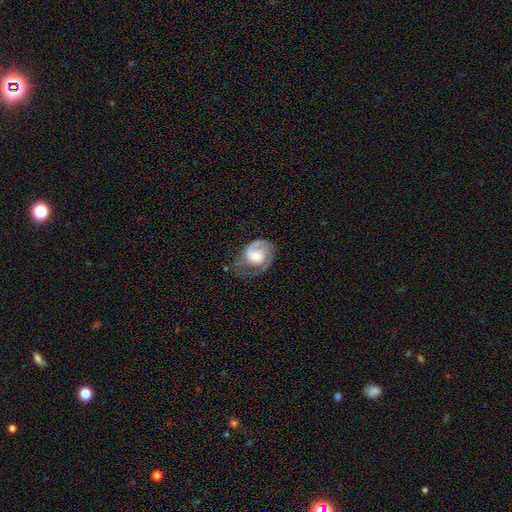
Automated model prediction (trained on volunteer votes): A featured or disk galaxy (77%) with no bar (69%), 1 (44%) tight (45%) spiral arms (92%) and a moderate central bulge (56%). Merging: none (48%).